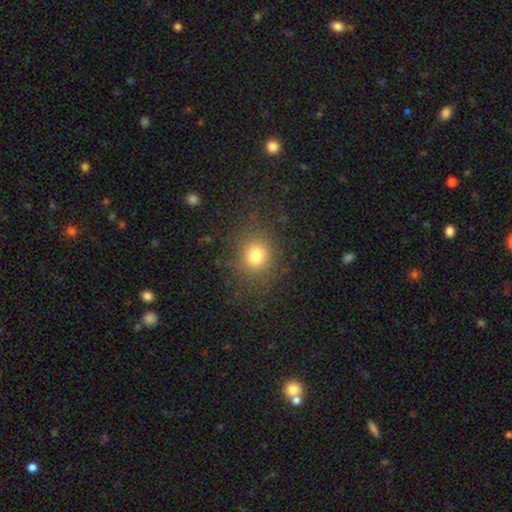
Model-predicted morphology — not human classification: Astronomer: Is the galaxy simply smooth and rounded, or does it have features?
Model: smooth — 76%.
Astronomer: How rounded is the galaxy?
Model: round — 74%.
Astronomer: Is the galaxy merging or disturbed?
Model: none — 81%.